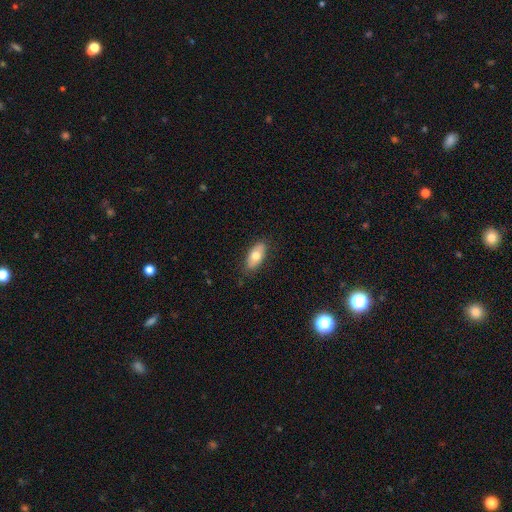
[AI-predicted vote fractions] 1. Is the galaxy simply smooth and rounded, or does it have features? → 71% smooth, 23% featured or disk, 6% star or artifact.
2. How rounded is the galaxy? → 88% in between, 9% cigar-shaped, 3% round.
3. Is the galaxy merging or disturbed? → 84% none, 13% minor disturbance, 2% major disturbance, 1% merger.